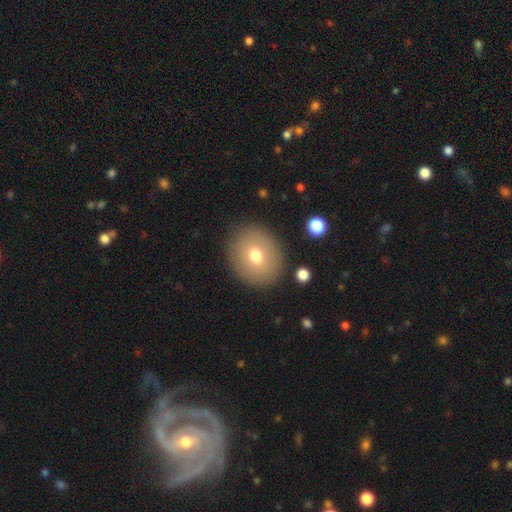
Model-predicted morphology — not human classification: Smooth or featured? Predicted: smooth (p=0.71). How rounded? Predicted: round (p=0.65). Merging? Predicted: none (p=0.87).